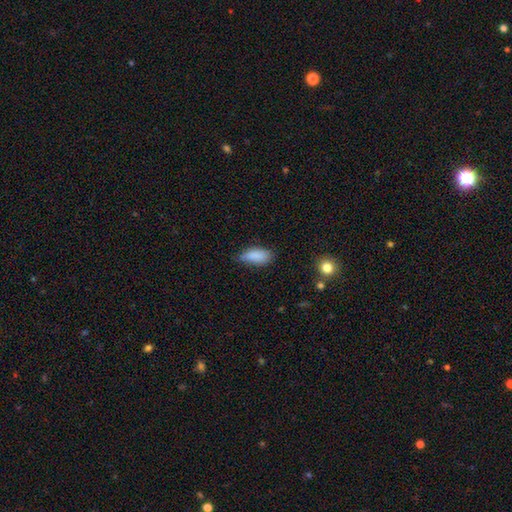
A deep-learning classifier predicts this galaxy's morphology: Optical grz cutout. It shows a smooth galaxy with no disk features (87%) that is in between round and cigar-shaped (87%). Merging: none (59%).